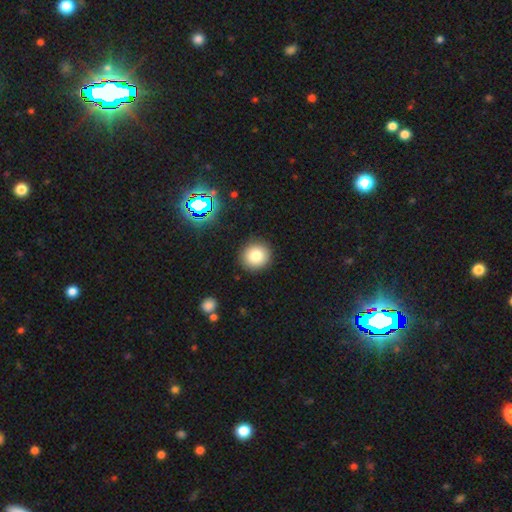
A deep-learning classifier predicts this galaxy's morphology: Smooth or featured?
  - smooth: 80% *
  - star or artifact: 13%
  - featured or disk: 7%
How rounded?
  - round: 92% *
  - in between: 7%
  - cigar-shaped: 1%
Merging?
  - none: 91% *
  - minor disturbance: 6%
  - major disturbance: 2%
  - merger: 1%